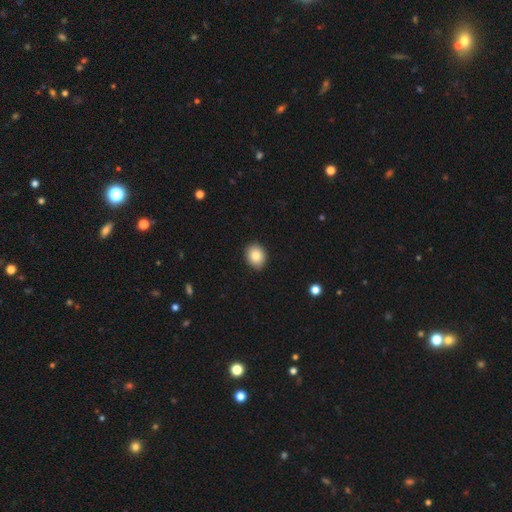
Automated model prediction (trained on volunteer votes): smooth-or-featured: smooth: 84% | star or artifact: 9% | featured or disk: 7%
  how-rounded: round: 54% | in between: 45% | cigar-shaped: 1%
  merging: none: 89% | minor disturbance: 8% | major disturbance: 2% | merger: 1%